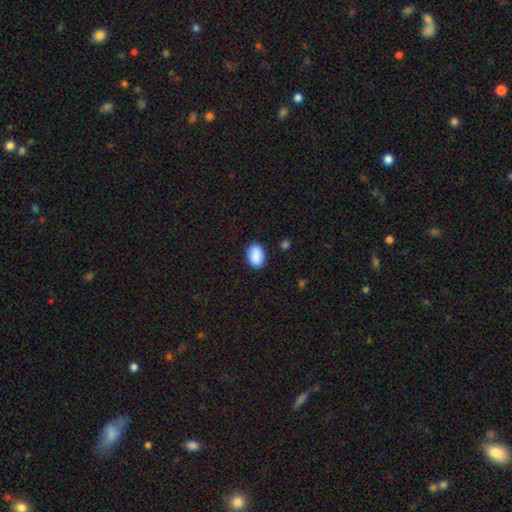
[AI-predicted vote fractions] Overall: smooth (90%). How rounded: in between (85%). Merging: none (87%).